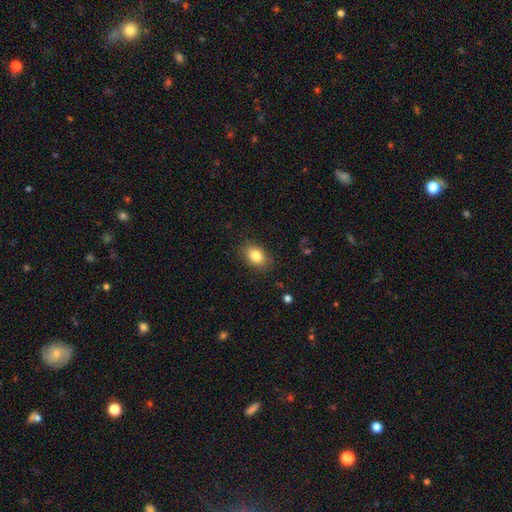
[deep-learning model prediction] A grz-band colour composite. It shows a smooth galaxy with no disk features (83%) that is in between round and cigar-shaped (81%). Merging: none (85%).